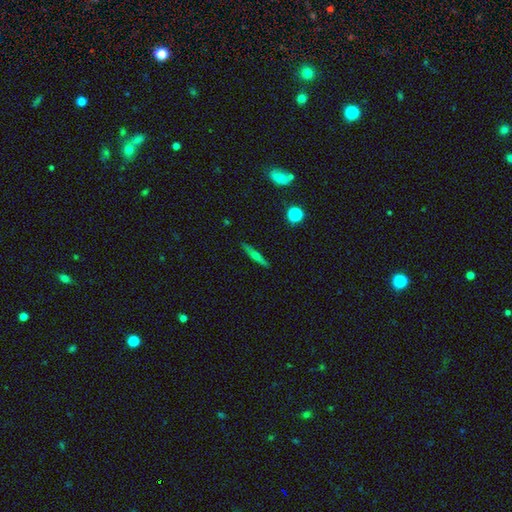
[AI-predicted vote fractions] Overall: featured or disk (59%; smooth 33%). Edge-on disk: yes (96%). Edge-on bulge: rounded (85%). Merging: none (89%).